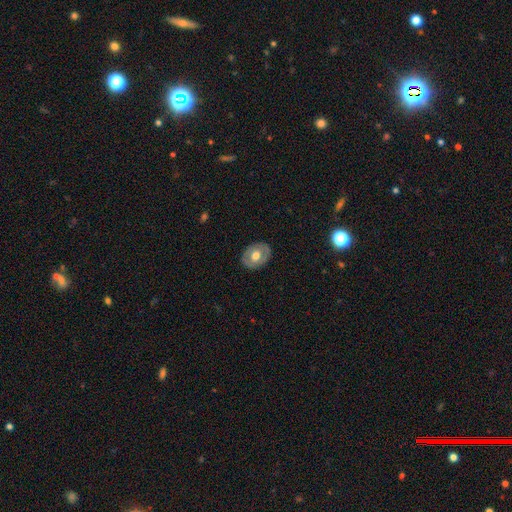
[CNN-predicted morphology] A smooth galaxy with no disk features (51%) that is in between round and cigar-shaped (57%). Merging: none (85%).